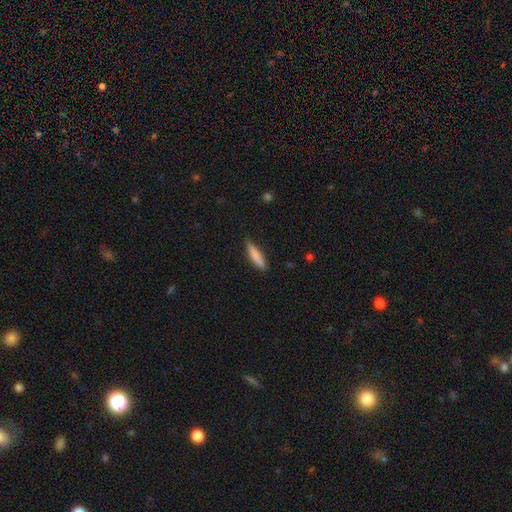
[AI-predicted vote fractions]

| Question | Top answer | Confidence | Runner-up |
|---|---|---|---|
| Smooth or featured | smooth | 81% | featured or disk (14%) |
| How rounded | cigar-shaped | 81% | in between (17%) |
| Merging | none | 82% | minor disturbance (14%) |